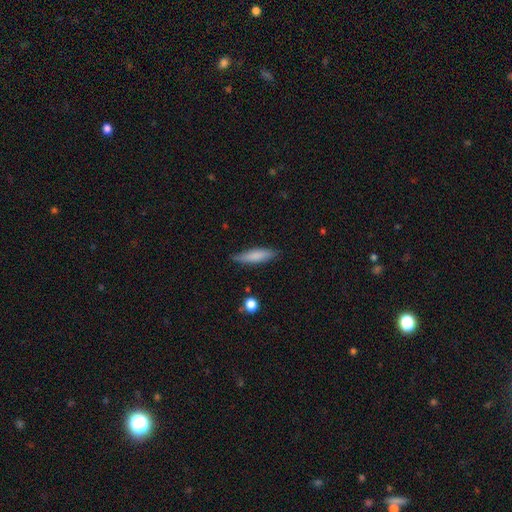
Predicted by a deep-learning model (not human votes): This appears to be a smooth galaxy with no disk features (78%) that is cigar-shaped (73%). Merging: none (79%).